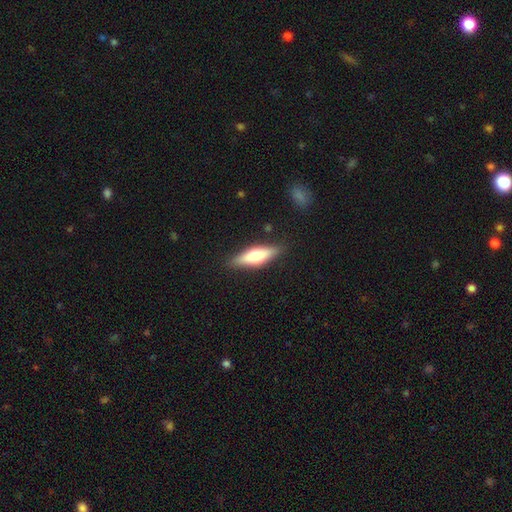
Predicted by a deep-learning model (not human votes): smooth-or-featured: smooth: 49% | featured or disk: 45% | star or artifact: 6%
  merging: none: 86% | minor disturbance: 11% | major disturbance: 2% | merger: 1%